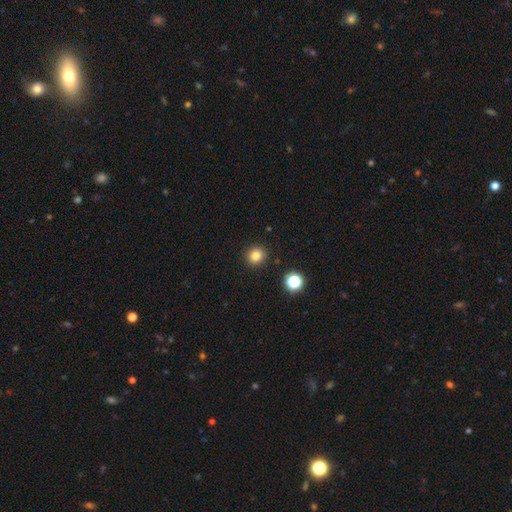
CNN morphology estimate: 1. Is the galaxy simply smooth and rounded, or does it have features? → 81% smooth, 13% star or artifact, 6% featured or disk.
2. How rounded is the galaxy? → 90% round, 9% in between, 1% cigar-shaped.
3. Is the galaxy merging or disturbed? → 91% none, 5% minor disturbance, 2% major disturbance, 2% merger.